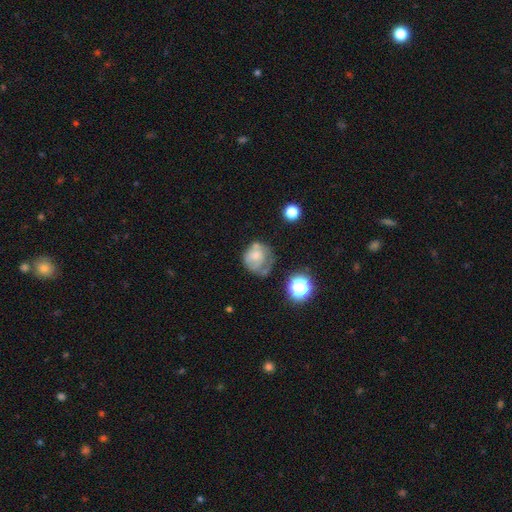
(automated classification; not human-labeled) A smooth galaxy with no disk features (49%).

Vote fractions:
- Smooth or featured? smooth: 49% / featured or disk: 40% / star or artifact: 11%
- Merging? none: 37% / minor disturbance: 29% / major disturbance: 25% / merger: 9%